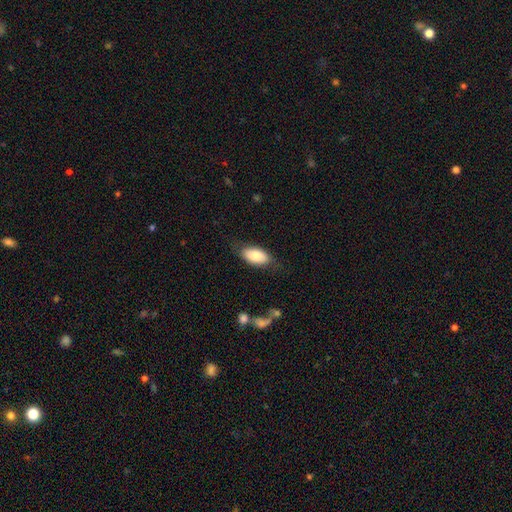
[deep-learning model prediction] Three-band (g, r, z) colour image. It shows a smooth galaxy with no disk features (81%) that is in between round and cigar-shaped (93%). Merging: none (75%).